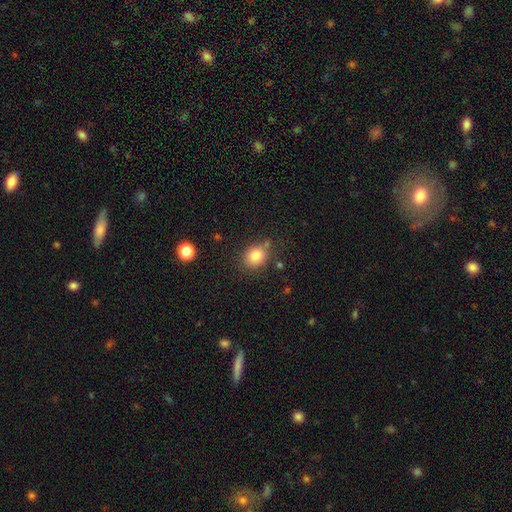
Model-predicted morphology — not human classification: This appears to be a smooth galaxy with no disk features (81%) that is round (59%). Merging: none (75%).